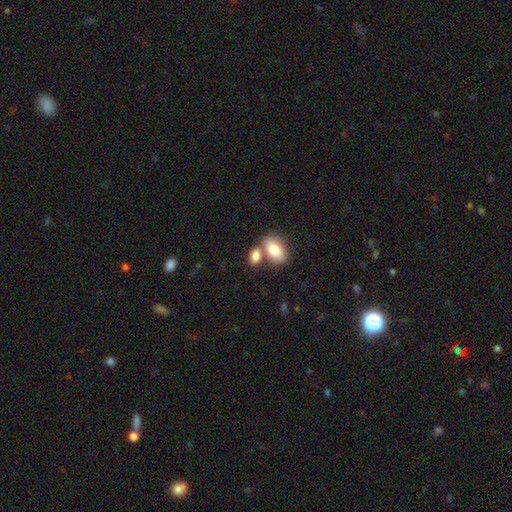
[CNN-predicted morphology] Smooth or featured? smooth (83%)
How rounded? in between (84%)
Merging? merger (45%)